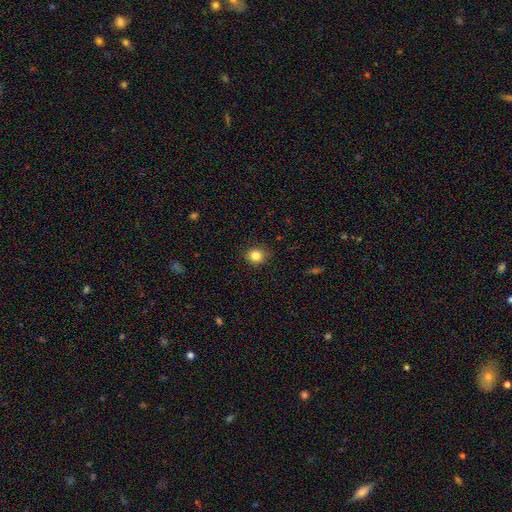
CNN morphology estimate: A smooth galaxy with no disk features (84%) that is round (81%). Merging: none (86%).